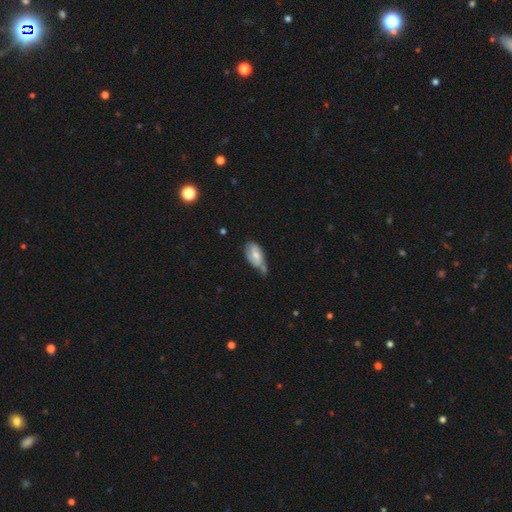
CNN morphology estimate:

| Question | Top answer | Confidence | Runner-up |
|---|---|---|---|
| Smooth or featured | smooth | 58% | featured or disk (35%) |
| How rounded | in between | 91% | round (4%) |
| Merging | none | 36% | minor disturbance (32%) |